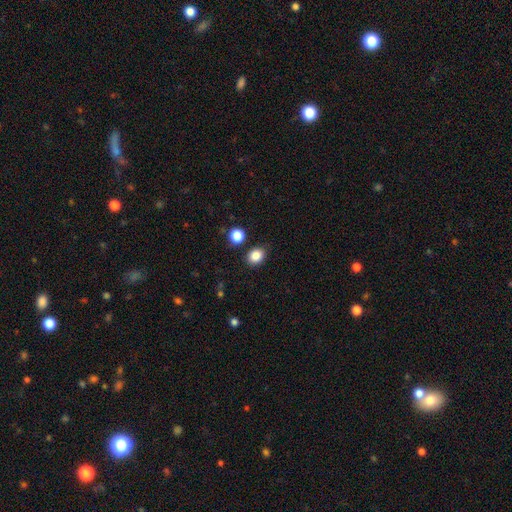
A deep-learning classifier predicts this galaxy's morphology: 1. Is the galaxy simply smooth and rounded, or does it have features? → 86% smooth, 10% star or artifact, 4% featured or disk.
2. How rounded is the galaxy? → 53% round, 46% in between, 1% cigar-shaped.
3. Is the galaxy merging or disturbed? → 84% none, 9% minor disturbance, 4% merger, 3% major disturbance.